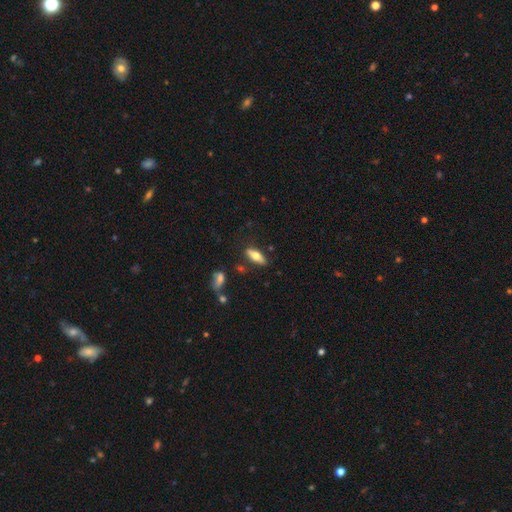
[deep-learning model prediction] Q: Smooth or featured?
A: smooth (58%); runner-up: featured or disk (36%)
Q: How rounded?
A: in between (59%); runner-up: cigar-shaped (38%)
Q: Merging?
A: none (80%); runner-up: minor disturbance (13%)